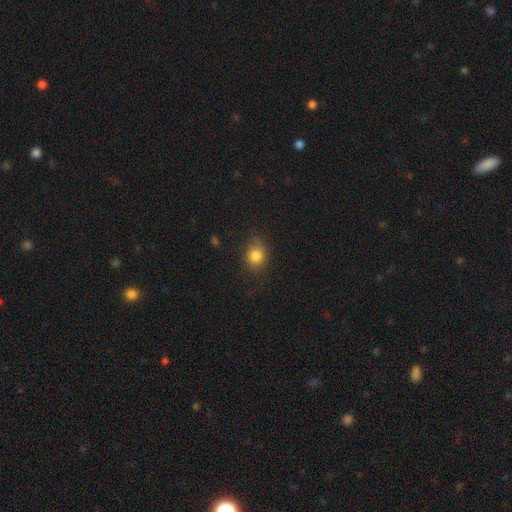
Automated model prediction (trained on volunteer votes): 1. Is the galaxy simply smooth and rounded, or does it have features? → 82% smooth, 10% star or artifact, 8% featured or disk.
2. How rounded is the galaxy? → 66% round, 33% in between, 1% cigar-shaped.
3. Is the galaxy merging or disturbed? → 69% none, 23% minor disturbance, 7% major disturbance, 2% merger.